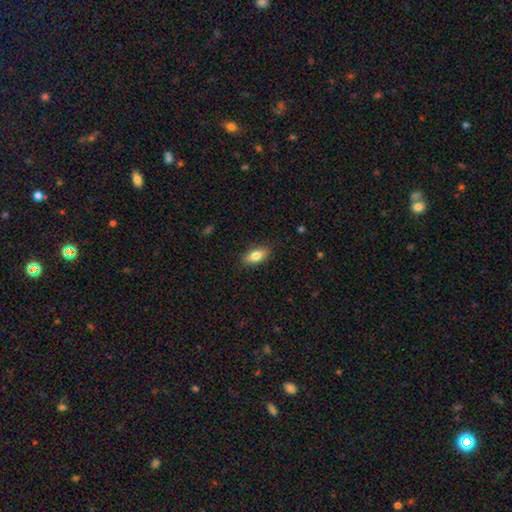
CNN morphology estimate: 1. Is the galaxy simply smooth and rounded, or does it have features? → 80% smooth, 13% featured or disk, 7% star or artifact.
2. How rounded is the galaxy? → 86% in between, 10% cigar-shaped, 4% round.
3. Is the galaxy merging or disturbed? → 87% none, 10% minor disturbance, 2% major disturbance, 1% merger.